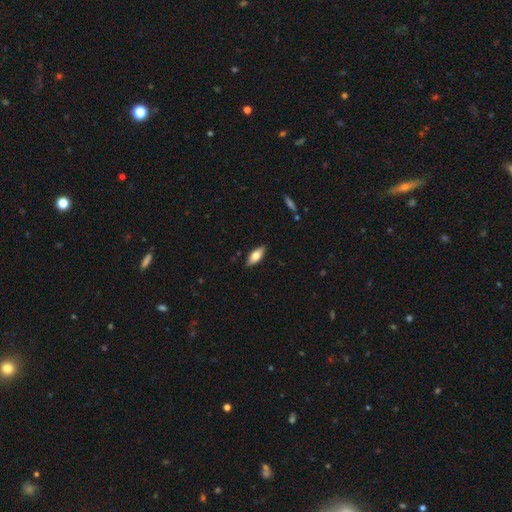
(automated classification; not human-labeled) This is likely a smooth galaxy (73%). How rounded: clearly in between (80%). Merging: clearly none (88%).